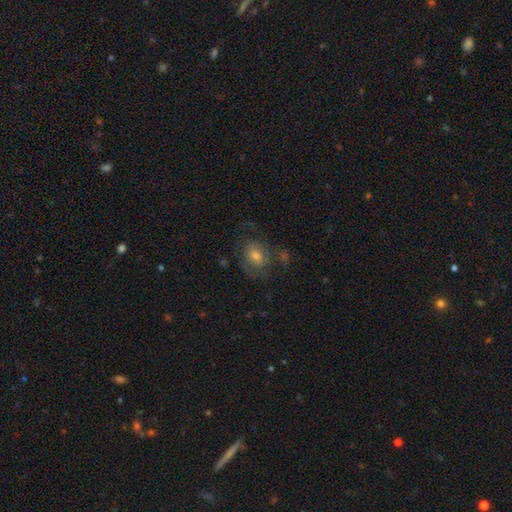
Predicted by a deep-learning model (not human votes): Smooth or featured?
  - featured or disk: 44% *
  - smooth: 42%
  - star or artifact: 14%
Merging?
  - none: 60% *
  - minor disturbance: 20%
  - major disturbance: 16%
  - merger: 5%